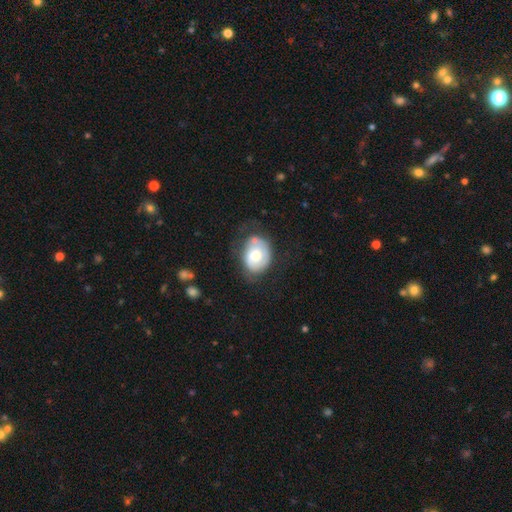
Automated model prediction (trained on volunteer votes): Morphology: type=smooth (57%); roundness=in between (63%); merging=none (52%).